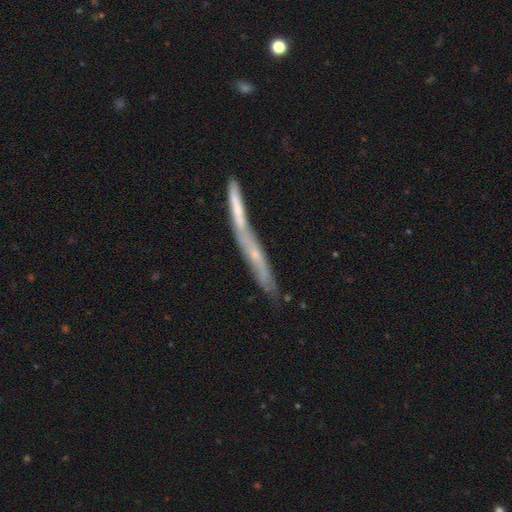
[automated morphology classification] This is possibly a featured or disk galaxy (58%). It is likely viewed edge-on (76%). Merging: marginally none (45%).